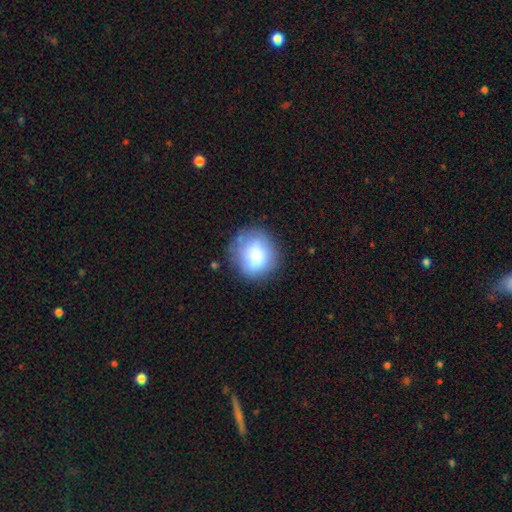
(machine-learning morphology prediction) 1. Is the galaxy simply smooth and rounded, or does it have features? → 77% smooth, 15% featured or disk, 9% star or artifact.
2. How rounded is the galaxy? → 82% round, 17% in between, 1% cigar-shaped.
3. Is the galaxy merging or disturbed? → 68% none, 20% minor disturbance, 8% major disturbance, 4% merger.